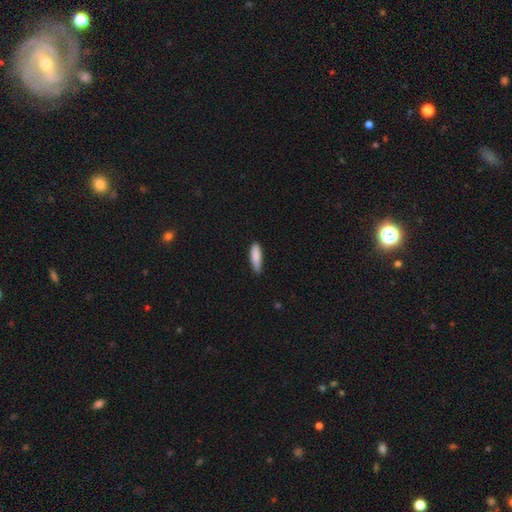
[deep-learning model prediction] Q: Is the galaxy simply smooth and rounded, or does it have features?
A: smooth — 87%.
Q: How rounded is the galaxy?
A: cigar-shaped — 59%.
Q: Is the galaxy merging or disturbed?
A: none — 75%.